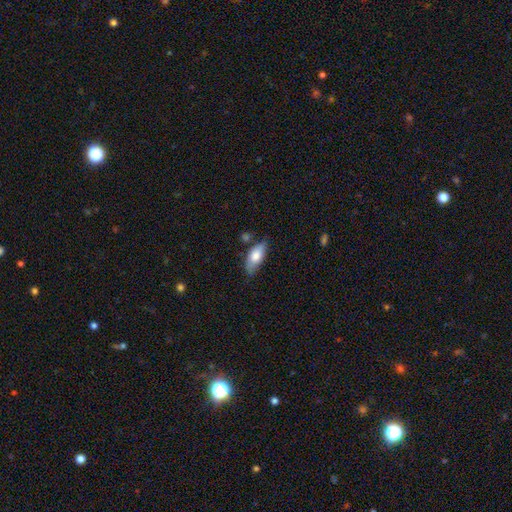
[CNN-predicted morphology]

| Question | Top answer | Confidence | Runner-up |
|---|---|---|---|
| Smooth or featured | smooth | 75% | featured or disk (19%) |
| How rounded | in between | 83% | cigar-shaped (15%) |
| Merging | none | 65% | minor disturbance (24%) |